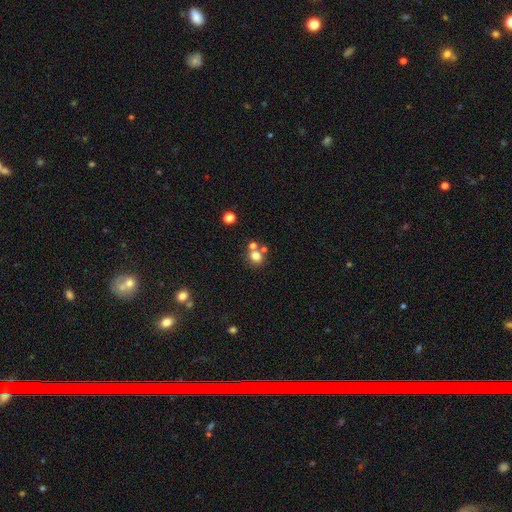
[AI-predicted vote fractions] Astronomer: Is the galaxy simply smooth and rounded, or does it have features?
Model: smooth — 76%.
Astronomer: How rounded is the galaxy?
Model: round — 80%.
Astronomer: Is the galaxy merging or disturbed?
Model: none — 57%.